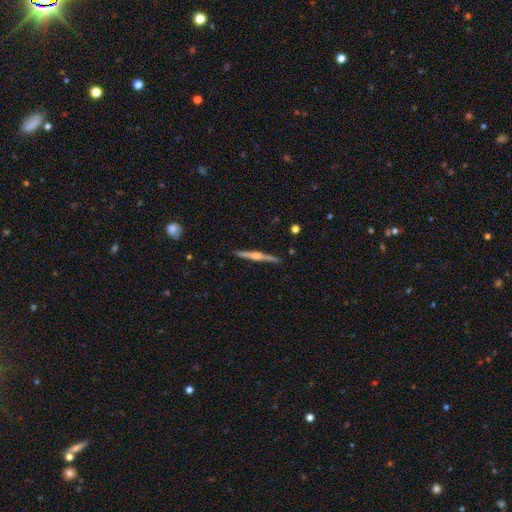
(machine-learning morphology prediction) Smooth or featured? Predicted: featured or disk (p=0.81). Edge-on disk? Predicted: yes (p=0.98). Edge-on bulge? Predicted: rounded (p=0.83). Merging? Predicted: none (p=0.91).